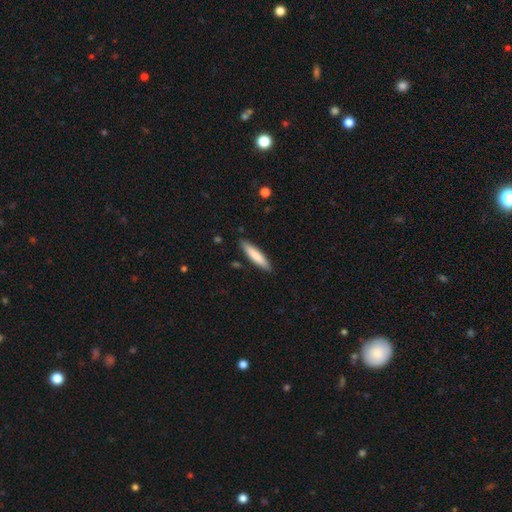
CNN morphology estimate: smooth-or-featured: smooth: 81% | featured or disk: 14% | star or artifact: 5%
  how-rounded: cigar-shaped: 82% | in between: 16% | round: 1%
  merging: none: 88% | minor disturbance: 9% | major disturbance: 2% | merger: 2%